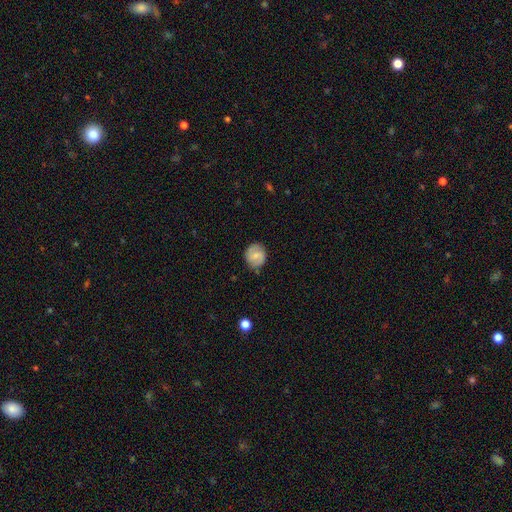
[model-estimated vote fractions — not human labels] This is possibly a smooth galaxy (55%). How rounded: likely round (77%). Merging: clearly none (81%).